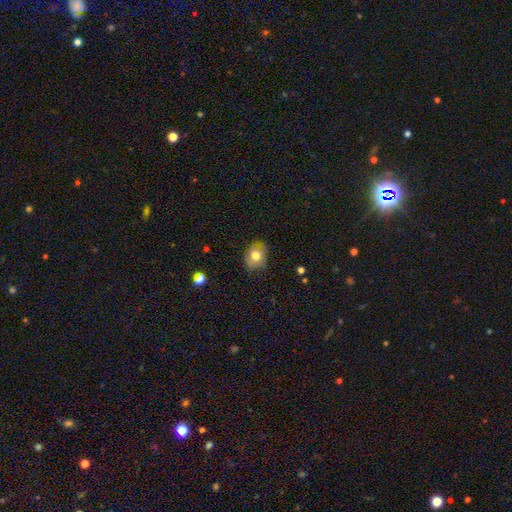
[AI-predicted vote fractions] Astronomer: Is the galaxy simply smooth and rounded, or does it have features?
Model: smooth — 70%.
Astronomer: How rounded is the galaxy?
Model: in between — 59% (runner-up: round, 40%).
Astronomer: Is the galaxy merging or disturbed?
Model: none — 79%.